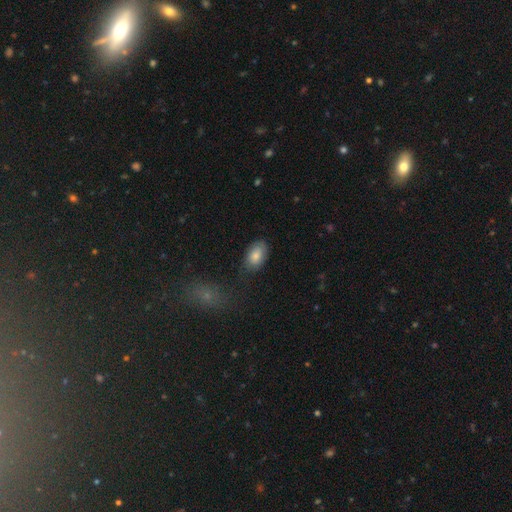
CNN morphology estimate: type=smooth (81%); roundness=in between (92%); merging=none (73%).